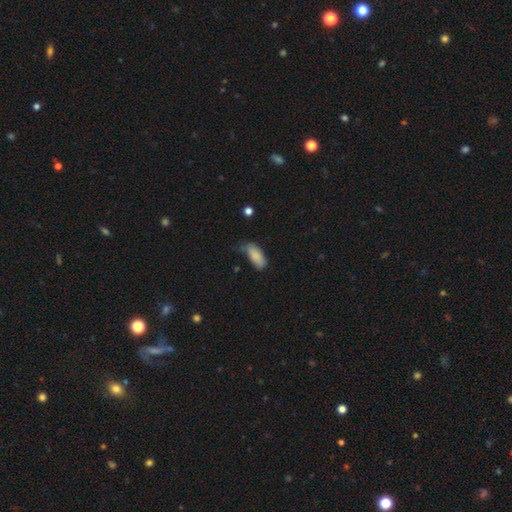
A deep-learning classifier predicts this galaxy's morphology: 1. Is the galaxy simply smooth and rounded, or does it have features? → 86% smooth, 7% star or artifact, 6% featured or disk.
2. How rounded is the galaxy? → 83% in between, 15% cigar-shaped, 2% round.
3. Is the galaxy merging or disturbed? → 51% none, 37% minor disturbance, 9% major disturbance, 3% merger.